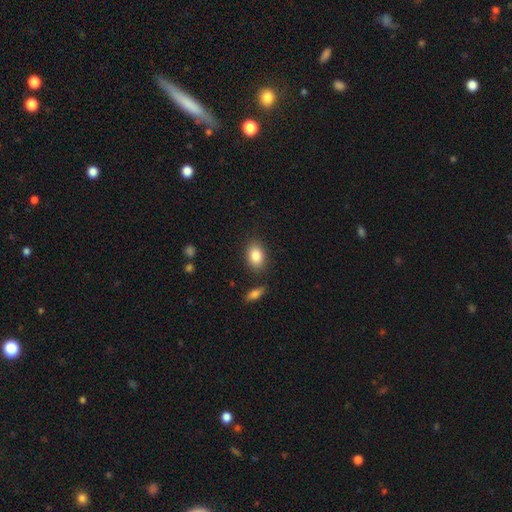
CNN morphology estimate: Smooth or featured? smooth (86%)
How rounded? in between (82%)
Merging? none (83%)